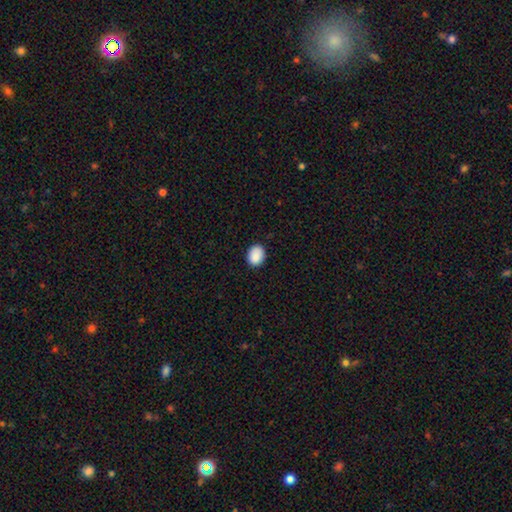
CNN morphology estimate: Smooth or featured? Predicted: smooth (p=0.89). How rounded? Predicted: in between (p=0.58). Merging? Predicted: none (p=0.87).